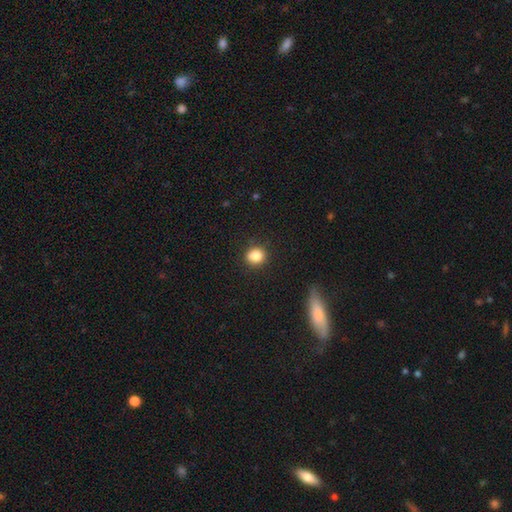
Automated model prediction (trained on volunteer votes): A smooth galaxy with no disk features (84%) that is round (78%). Merging: none (86%).